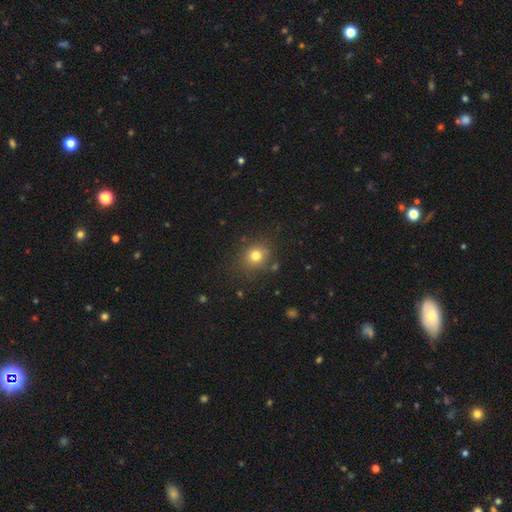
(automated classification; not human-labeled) Overall: smooth (77%). How rounded: round (80%). Merging: none (82%).